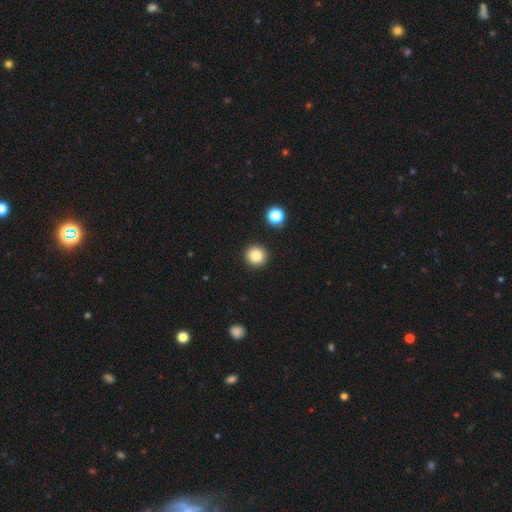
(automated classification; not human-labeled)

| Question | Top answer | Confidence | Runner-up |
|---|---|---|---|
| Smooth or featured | smooth | 82% | star or artifact (12%) |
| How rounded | round | 95% | in between (4%) |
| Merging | none | 92% | minor disturbance (4%) |